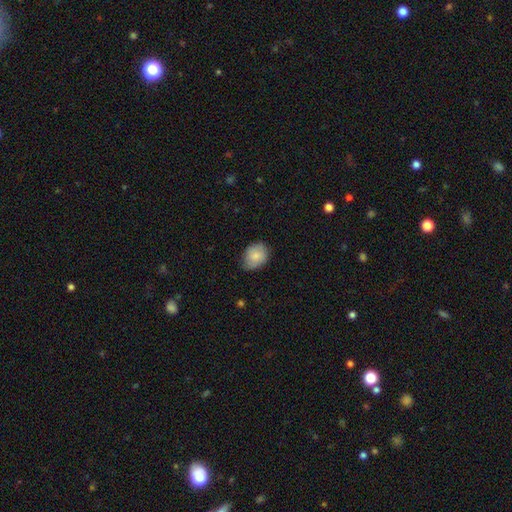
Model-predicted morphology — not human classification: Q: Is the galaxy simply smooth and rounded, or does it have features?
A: smooth — 80%.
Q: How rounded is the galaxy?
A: in between — 59%.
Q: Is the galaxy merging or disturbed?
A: none — 68%.